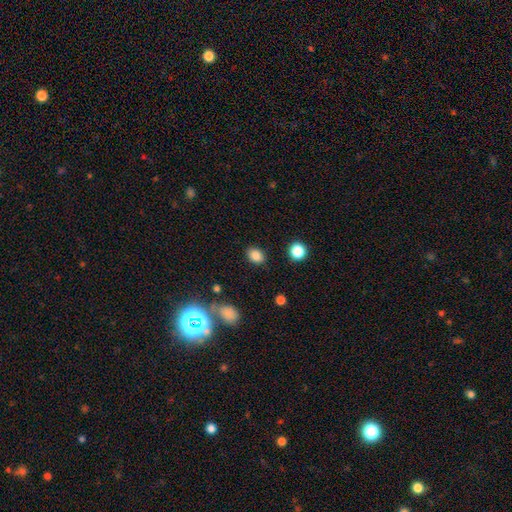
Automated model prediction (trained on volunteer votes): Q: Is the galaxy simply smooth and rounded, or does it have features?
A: smooth — 84%.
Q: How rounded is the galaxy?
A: in between — 64%.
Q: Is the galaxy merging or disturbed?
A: none — 85%.